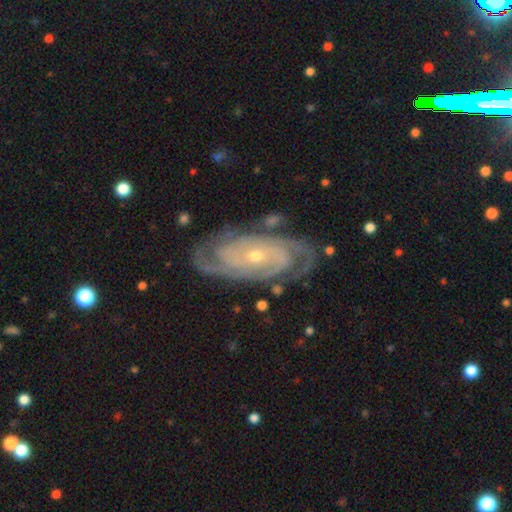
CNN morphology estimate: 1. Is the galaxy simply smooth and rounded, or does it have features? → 91% featured or disk, 5% star or artifact, 4% smooth.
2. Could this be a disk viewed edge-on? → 96% no, 4% yes.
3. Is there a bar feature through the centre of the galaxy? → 73% no, 18% weak, 8% strong.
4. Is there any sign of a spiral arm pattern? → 98% yes, 2% no.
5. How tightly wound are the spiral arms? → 76% tight, 21% medium, 3% loose.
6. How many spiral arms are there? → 33% 2, 25% 3, 15% can't tell, 15% 4, 6% more than 4, 5% 1.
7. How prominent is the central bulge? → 74% small, 23% moderate, 1% large, 1% none, 1% dominant.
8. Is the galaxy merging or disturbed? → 77% none, 15% minor disturbance, 5% major disturbance, 2% merger.